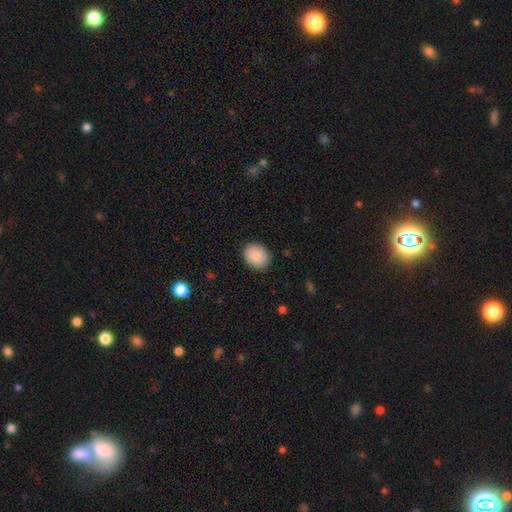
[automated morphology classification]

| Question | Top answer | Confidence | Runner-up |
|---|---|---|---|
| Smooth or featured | smooth | 89% | star or artifact (7%) |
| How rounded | round | 51% | in between (49%) |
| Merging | none | 87% | minor disturbance (10%) |